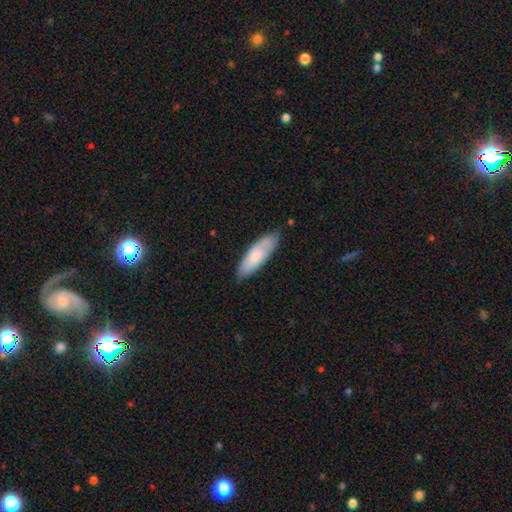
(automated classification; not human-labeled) Overall: smooth (72%). How rounded: in between (57%; cigar-shaped 41%). Merging: none (75%).